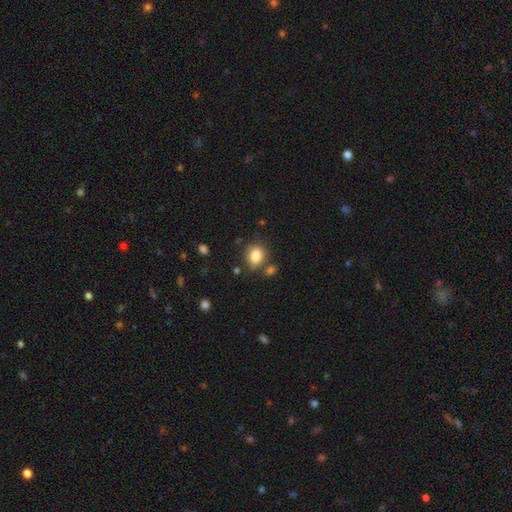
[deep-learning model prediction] Smooth or featured?
  - smooth: 84% *
  - star or artifact: 10%
  - featured or disk: 6%
How rounded?
  - in between: 56% *
  - round: 43%
  - cigar-shaped: 1%
Merging?
  - none: 70% *
  - minor disturbance: 15%
  - merger: 10%
  - major disturbance: 5%